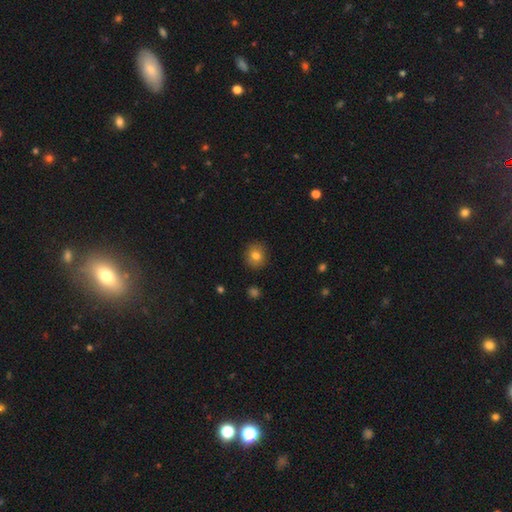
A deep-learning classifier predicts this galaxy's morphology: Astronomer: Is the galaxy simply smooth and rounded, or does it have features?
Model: smooth — 80%.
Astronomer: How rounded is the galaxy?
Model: round — 78%.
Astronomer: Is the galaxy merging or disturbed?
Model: none — 87%.